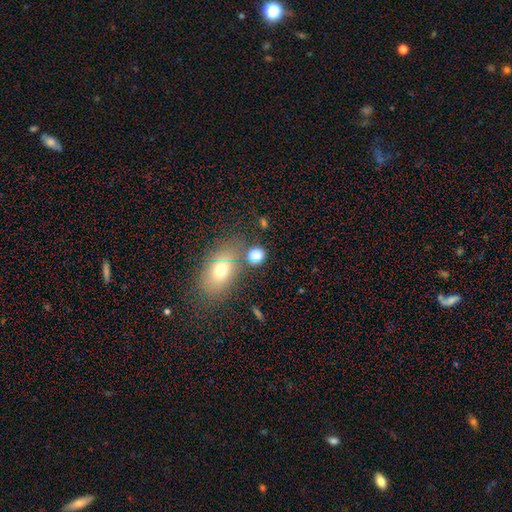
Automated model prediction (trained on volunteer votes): Morphology: type=smooth (79%); roundness=round (71%); merging=none (67%).